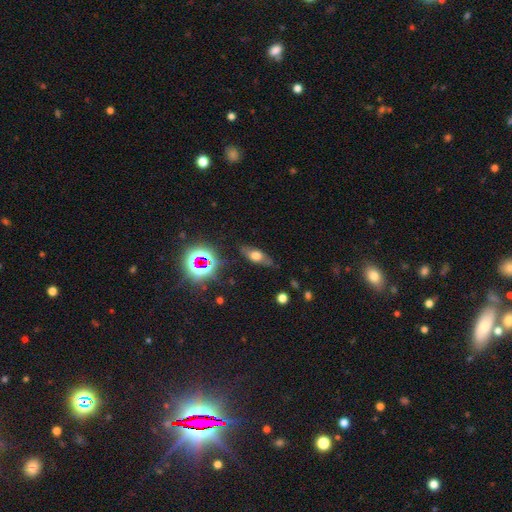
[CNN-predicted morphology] This is possibly a smooth galaxy (51%). How rounded: likely in between (65%). Merging: likely none (77%).